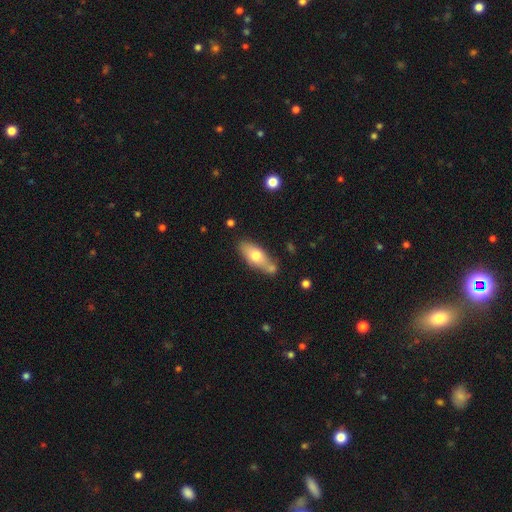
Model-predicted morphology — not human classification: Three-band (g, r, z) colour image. It shows a smooth galaxy with no disk features (67%) that is in between round and cigar-shaped (73%). Merging: none (62%).